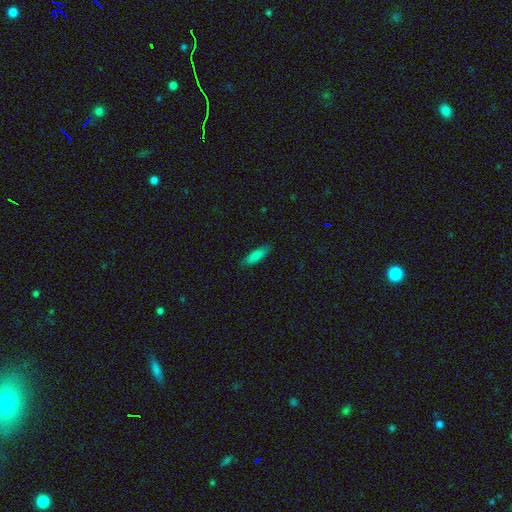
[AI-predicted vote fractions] Smooth or featured? Predicted: smooth (p=0.85). How rounded? Predicted: in between (p=0.52). Merging? Predicted: none (p=0.84).